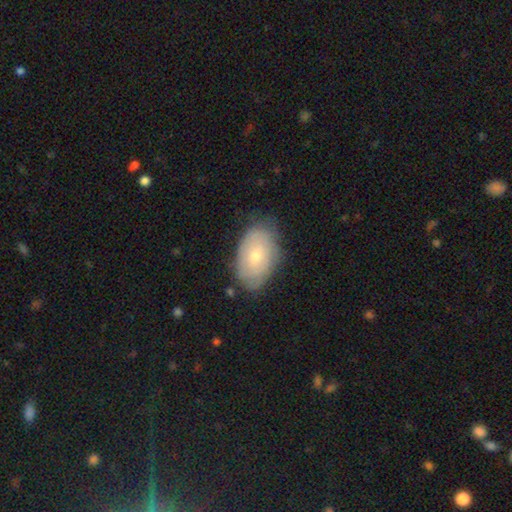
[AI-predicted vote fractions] smooth-or-featured: smooth: 54% | featured or disk: 39% | star or artifact: 7%
  how-rounded: in between: 90% | round: 9% | cigar-shaped: 1%
  merging: none: 70% | minor disturbance: 23% | major disturbance: 5% | merger: 1%